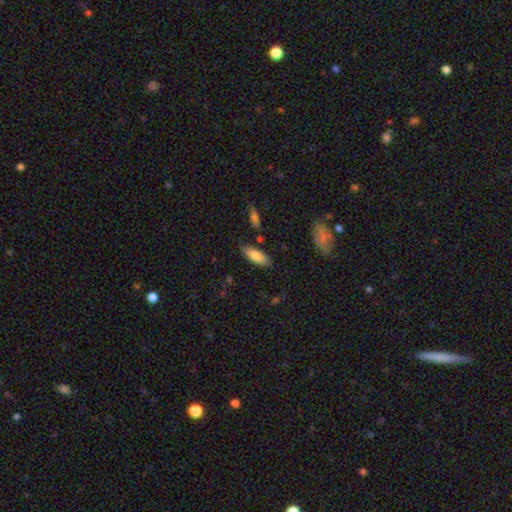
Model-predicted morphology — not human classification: This is clearly a smooth galaxy (81%). How rounded: likely in between (70%). Merging: likely none (79%).